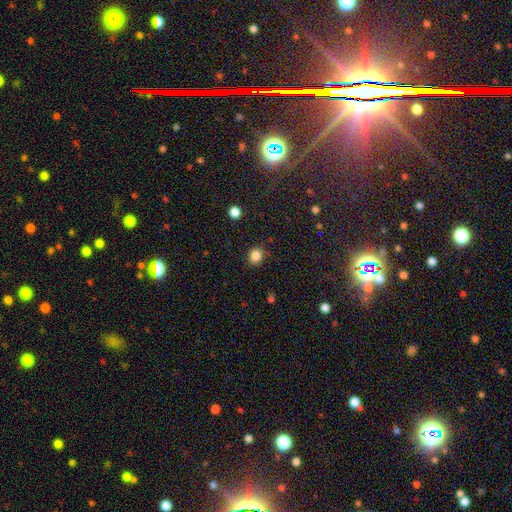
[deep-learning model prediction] Smooth or featured?
  - smooth: 85% *
  - star or artifact: 11%
  - featured or disk: 4%
How rounded?
  - round: 76% *
  - in between: 23%
  - cigar-shaped: 1%
Merging?
  - none: 87% *
  - minor disturbance: 9%
  - major disturbance: 3%
  - merger: 1%